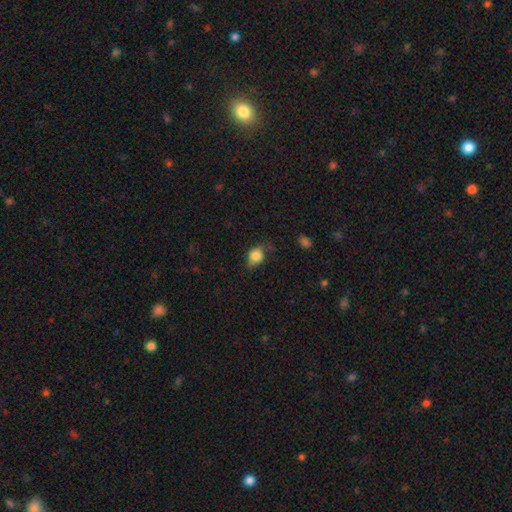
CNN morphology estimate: smooth_or_featured: smooth (p=0.79) [alt: featured or disk p=0.11]
how_rounded: in between (p=0.50) [alt: round p=0.48]
merging: none (p=0.57) [alt: minor disturbance p=0.31]